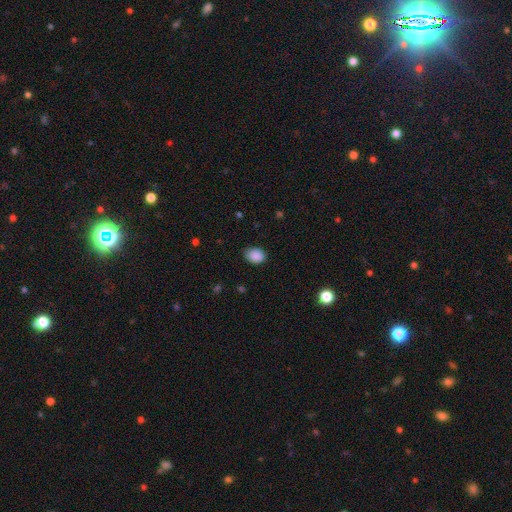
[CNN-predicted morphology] smooth-or-featured: smooth: 89% | star or artifact: 8% | featured or disk: 3%
  how-rounded: in between: 67% | round: 32% | cigar-shaped: 1%
  merging: none: 81% | minor disturbance: 15% | major disturbance: 3% | merger: 1%